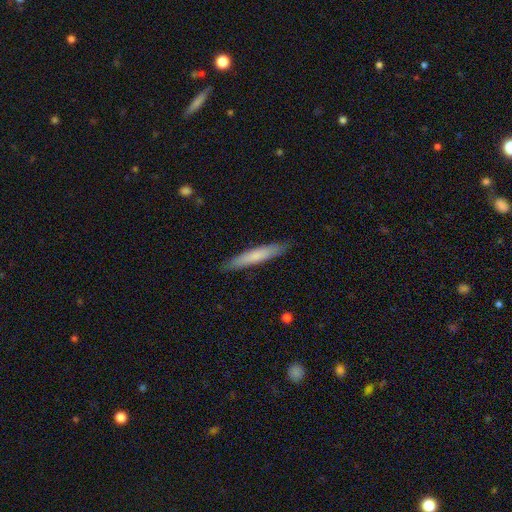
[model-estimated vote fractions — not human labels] smooth 72%, featured or disk 22%, star or artifact 5%. Down the decision tree: how rounded — cigar-shaped (93%); merging — none (89%).